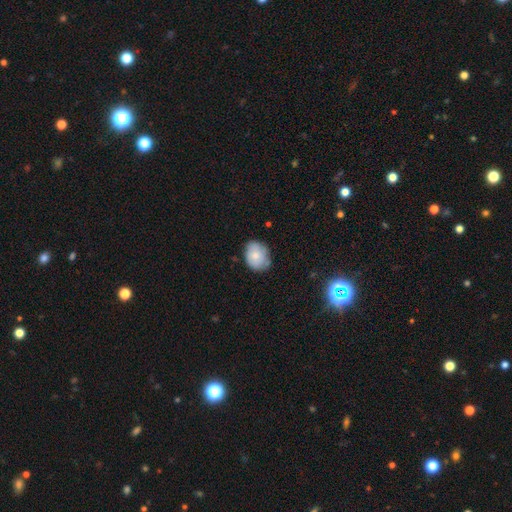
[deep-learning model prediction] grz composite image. It shows a smooth galaxy with no disk features (73%) that is in between round and cigar-shaped (56%). Merging: none (68%).